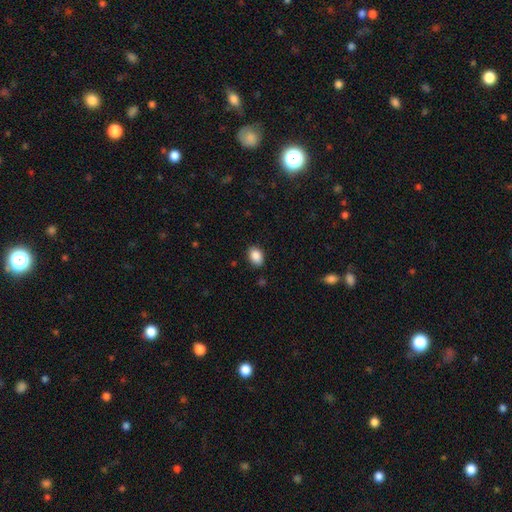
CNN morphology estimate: This is clearly a smooth galaxy (89%). How rounded: clearly in between (80%). Merging: clearly none (87%).